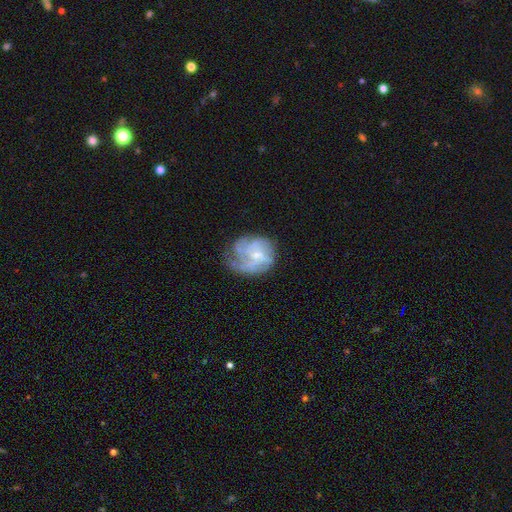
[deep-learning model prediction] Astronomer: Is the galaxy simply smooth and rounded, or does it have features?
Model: featured or disk — 68%.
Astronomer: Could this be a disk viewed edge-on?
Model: no — 98%.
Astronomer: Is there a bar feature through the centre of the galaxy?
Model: no — 62%.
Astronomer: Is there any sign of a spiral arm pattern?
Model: yes — 72%.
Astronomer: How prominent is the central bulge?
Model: small — 54%.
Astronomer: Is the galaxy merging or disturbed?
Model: none — 49% (runner-up: minor disturbance, 26%).